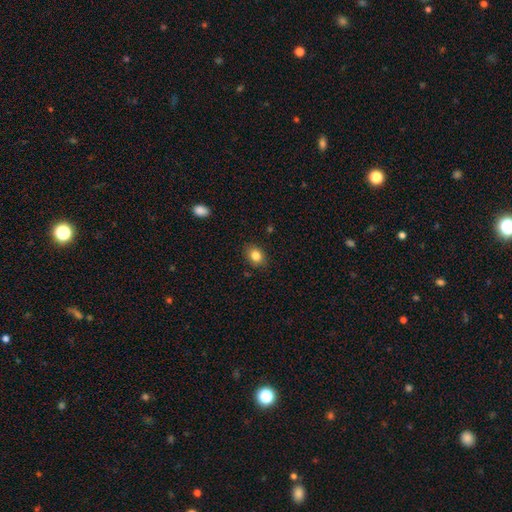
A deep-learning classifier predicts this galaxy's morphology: This appears to be a smooth galaxy with no disk features (84%) that is in between round and cigar-shaped (57%). Merging: none (85%).